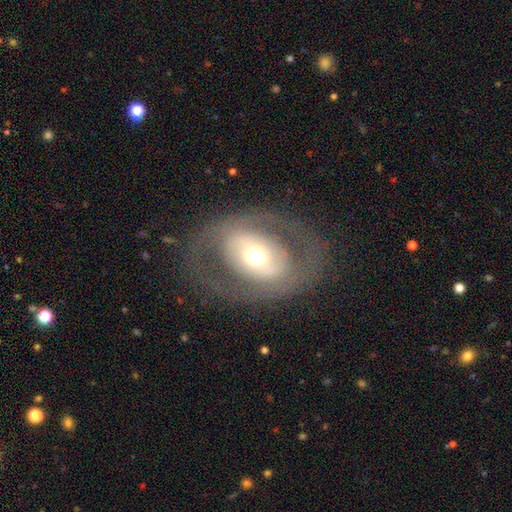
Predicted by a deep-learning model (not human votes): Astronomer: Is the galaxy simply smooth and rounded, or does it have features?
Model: featured or disk — 56% (runner-up: smooth, 35%).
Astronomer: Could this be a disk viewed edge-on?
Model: no — 92%.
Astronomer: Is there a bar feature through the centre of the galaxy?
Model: no — 70%.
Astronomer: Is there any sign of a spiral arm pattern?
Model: no — 71%.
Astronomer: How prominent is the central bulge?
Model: moderate — 54%.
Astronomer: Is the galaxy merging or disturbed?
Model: none — 72%.